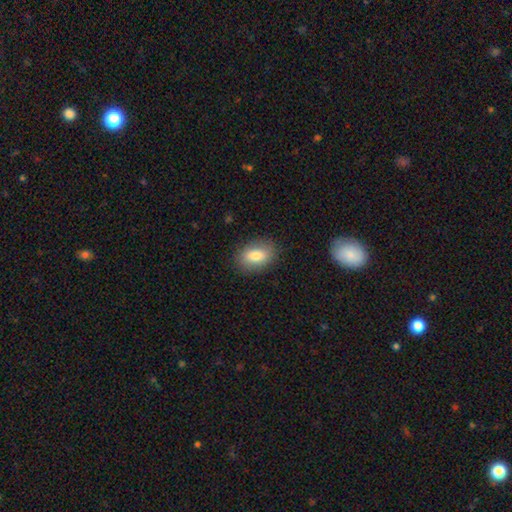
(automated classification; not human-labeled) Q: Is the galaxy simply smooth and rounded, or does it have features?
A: smooth — 81%.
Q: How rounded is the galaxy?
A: in between — 86%.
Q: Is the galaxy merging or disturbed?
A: none — 86%.